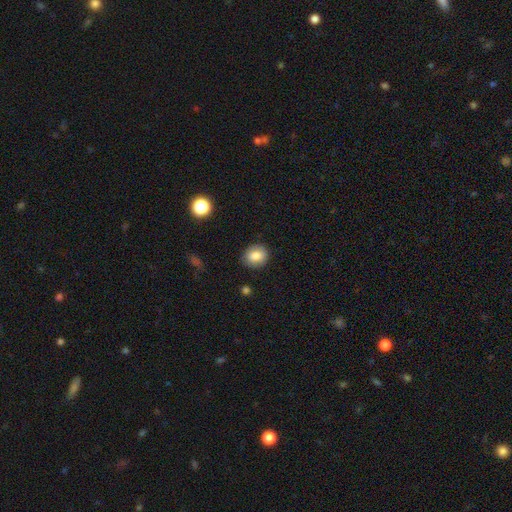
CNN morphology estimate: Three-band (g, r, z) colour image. It shows a smooth galaxy with no disk features (82%) that is round (55%). Merging: none (85%).